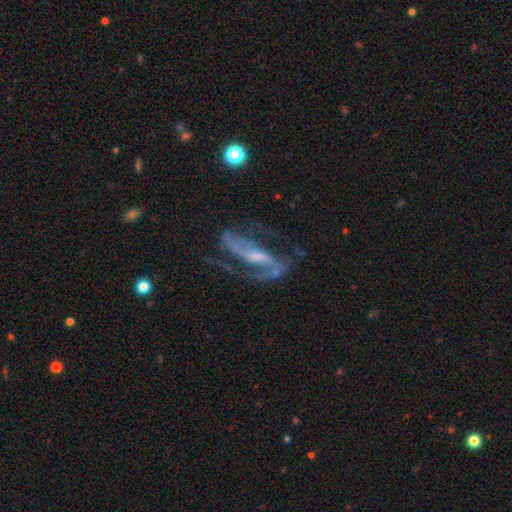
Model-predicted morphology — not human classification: This is clearly a featured or disk galaxy (85%). It is clearly not viewed edge-on (90%). Bar: marginally strong (40%). Spiral arm pattern: clearly yes (92%). Spiral arm count: clearly 2 (85%). Spiral winding: possibly loose (47%). Central bulge: marginally small (44%). Merging: possibly none (49%).